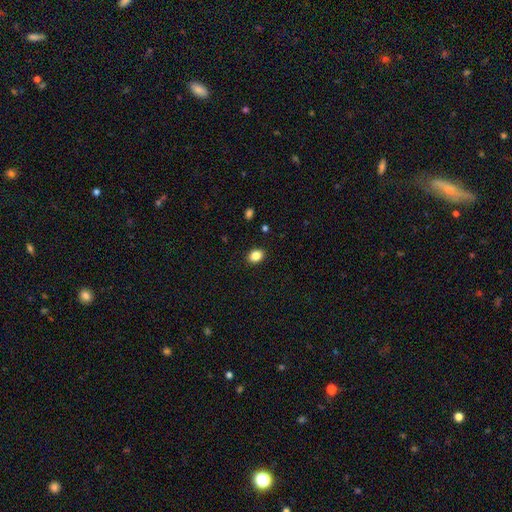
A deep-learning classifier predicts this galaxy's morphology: Smooth or featured: smooth — 86% (star or artifact — 10%)
How rounded: in between — 57% (round — 42%)
Merging: none — 89% (minor disturbance — 8%)